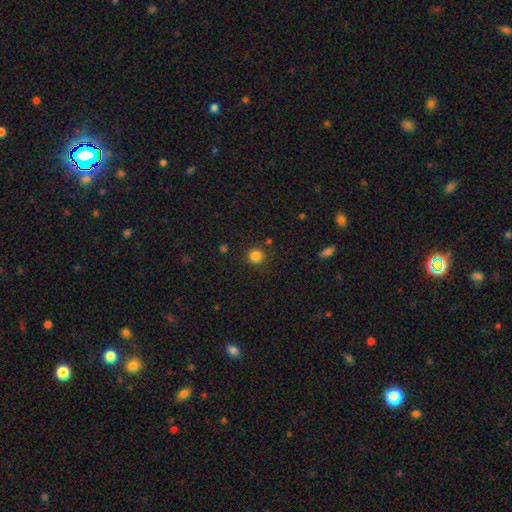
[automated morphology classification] This is clearly a smooth galaxy (83%). How rounded: clearly round (93%). Merging: clearly none (88%).